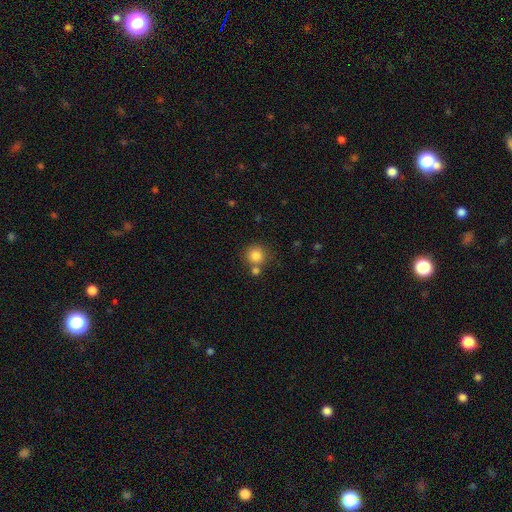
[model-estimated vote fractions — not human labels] Smooth or featured? Predicted: smooth (p=0.83). How rounded? Predicted: round (p=0.92). Merging? Predicted: none (p=0.66).